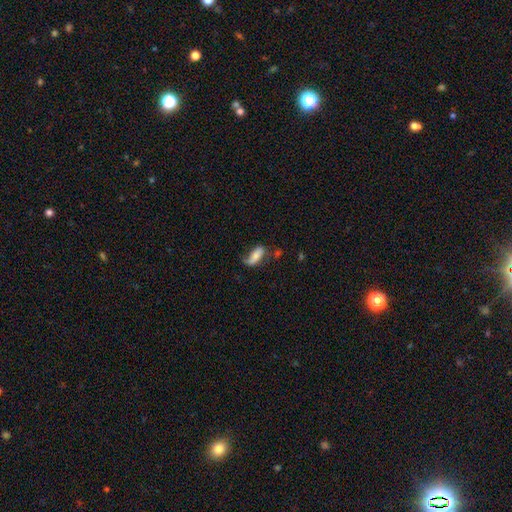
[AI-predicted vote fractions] Smooth or featured: smooth — 61% (featured or disk — 31%)
How rounded: in between — 74% (cigar-shaped — 23%)
Merging: none — 44% (minor disturbance — 30%)